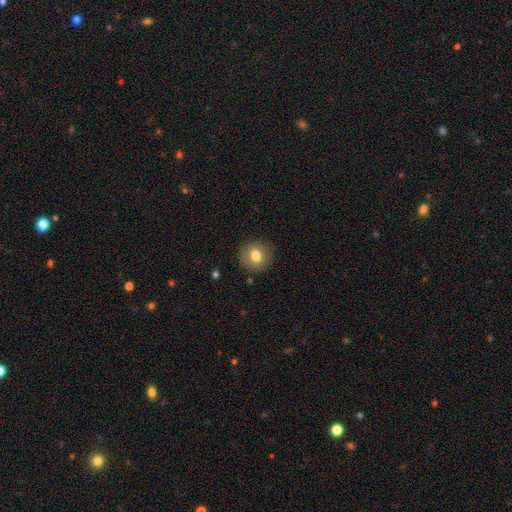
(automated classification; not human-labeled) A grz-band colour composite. It shows a smooth galaxy with no disk features (75%) that is round (84%). Merging: none (87%).